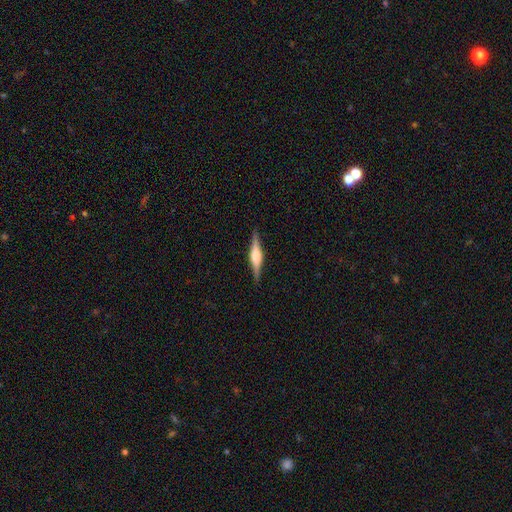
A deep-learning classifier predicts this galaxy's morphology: smooth_or_featured: featured or disk (p=0.76) [alt: smooth p=0.18]
disk_edge_on: yes (p=0.98) [alt: no p=0.02]
edge_on_bulge: rounded (p=0.80) [alt: boxy p=0.16]
merging: none (p=0.90) [alt: minor disturbance p=0.07]